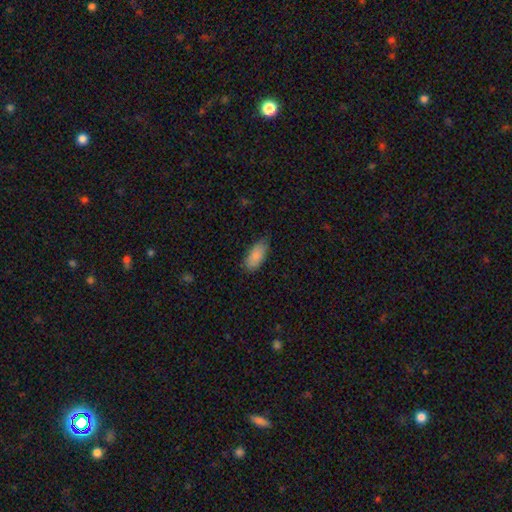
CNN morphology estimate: This appears to be a smooth galaxy with no disk features (87%) that is in between round and cigar-shaped (88%). Merging: none (75%).